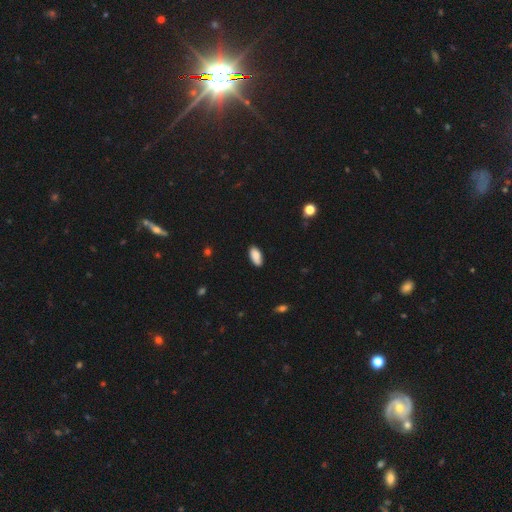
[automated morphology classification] Smooth or featured? Predicted: smooth (p=0.87). How rounded? Predicted: in between (p=0.89). Merging? Predicted: none (p=0.84).